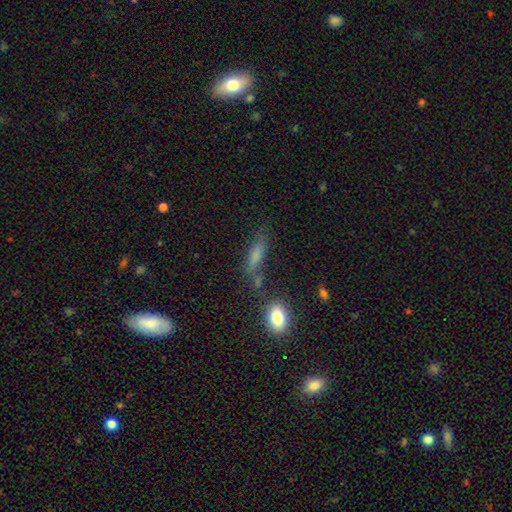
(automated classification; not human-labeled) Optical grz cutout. It shows a smooth galaxy with no disk features (71%) that is cigar-shaped (64%). Merging: none (61%).